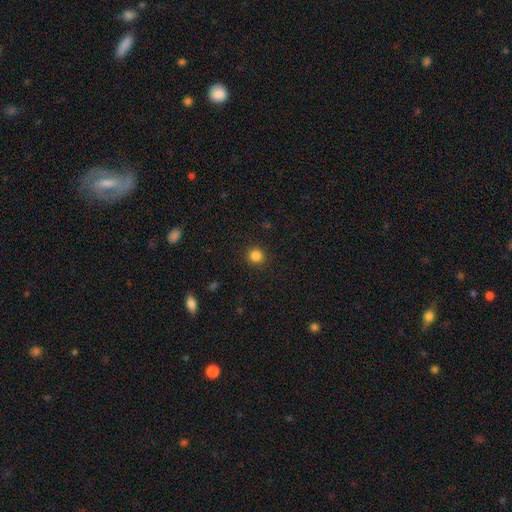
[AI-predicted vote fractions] smooth_or_featured: smooth (p=0.84) [alt: star or artifact p=0.12]
how_rounded: round (p=0.93) [alt: in between p=0.06]
merging: none (p=0.91) [alt: minor disturbance p=0.05]